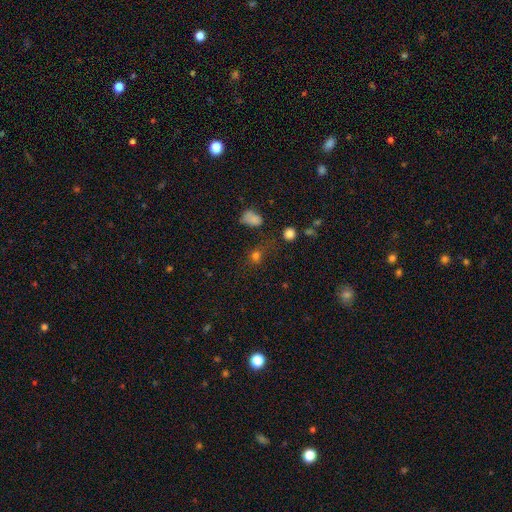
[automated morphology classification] type=smooth (70%); roundness=round (72%); merging=none (62%).